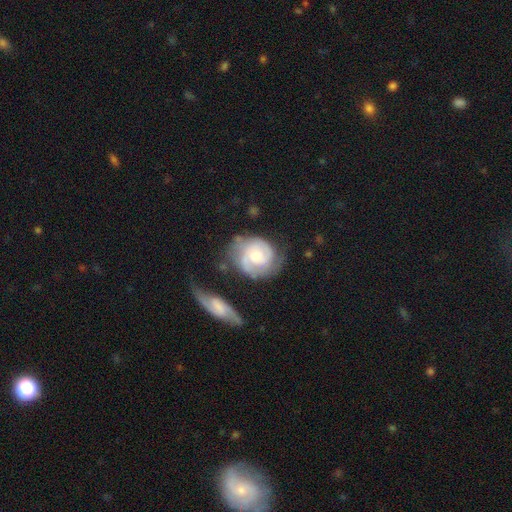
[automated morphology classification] Smooth or featured? Predicted: featured or disk (p=0.73). Edge-on disk? Predicted: no (p=0.97). Bar? Predicted: no (p=0.62). Spiral arms? Predicted: yes (p=0.92). Spiral winding? Predicted: tight (p=0.47). Spiral arm count? Predicted: 2 (p=0.66). Bulge size? Predicted: moderate (p=0.54). Merging? Predicted: none (p=0.57).